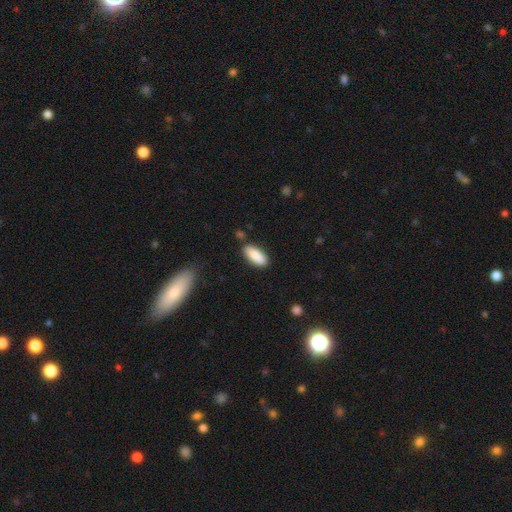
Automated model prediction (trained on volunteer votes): smooth 88%, featured or disk 6%, star or artifact 6%. Down the decision tree: how rounded — in between (81%); merging — none (83%).